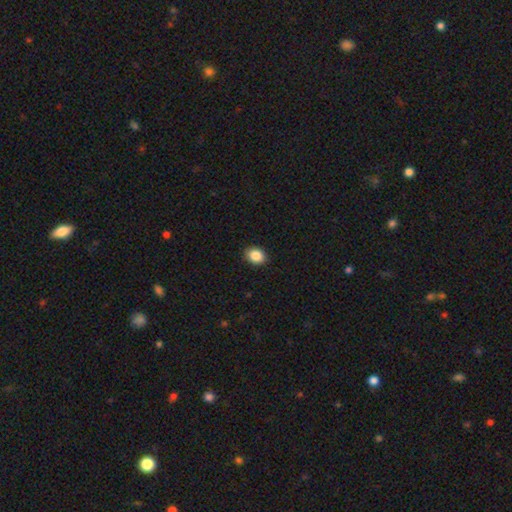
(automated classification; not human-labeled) Overall: smooth (88%). How rounded: in between (63%; round 36%). Merging: none (90%).